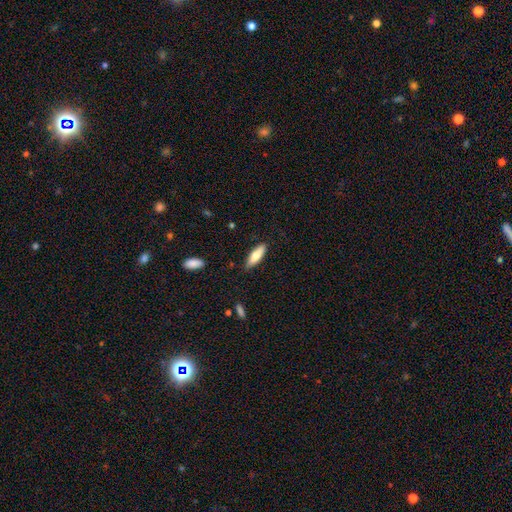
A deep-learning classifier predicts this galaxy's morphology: Q: Smooth or featured?
A: smooth (72%); runner-up: featured or disk (23%)
Q: How rounded?
A: cigar-shaped (49%); tied with: in between (49%)
Q: Merging?
A: none (85%); runner-up: minor disturbance (12%)